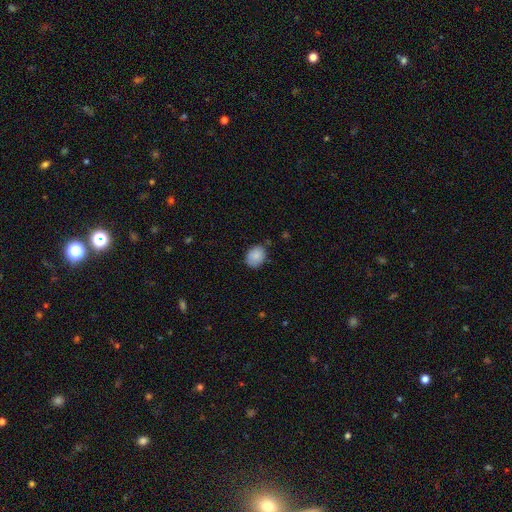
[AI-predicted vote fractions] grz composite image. It shows a smooth galaxy with no disk features (86%) that is in between round and cigar-shaped (64%). Merging: none (73%).